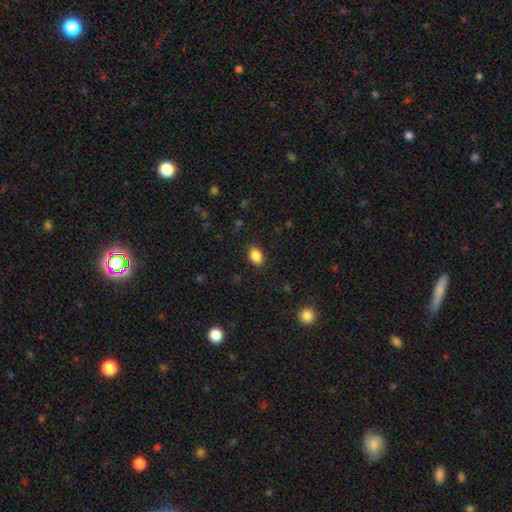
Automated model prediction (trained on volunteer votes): Q: Smooth or featured?
A: smooth (88%); runner-up: star or artifact (9%)
Q: How rounded?
A: in between (82%); runner-up: round (17%)
Q: Merging?
A: none (87%); runner-up: minor disturbance (9%)